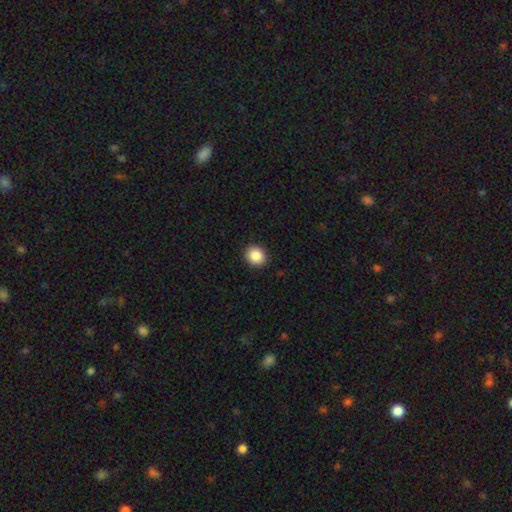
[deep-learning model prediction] smooth 88%, star or artifact 9%, featured or disk 4%. Down the decision tree: how rounded — round (72%); merging — none (92%).